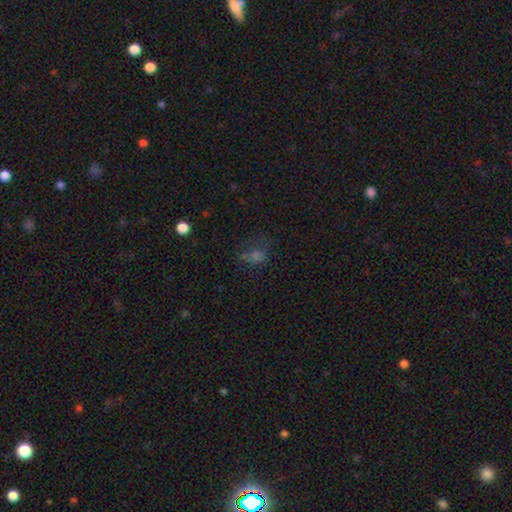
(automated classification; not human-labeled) Smooth or featured: smooth — 50% (star or artifact — 34%)
How rounded: round — 50% (in between — 48%)
Merging: none — 48% (major disturbance — 25%)